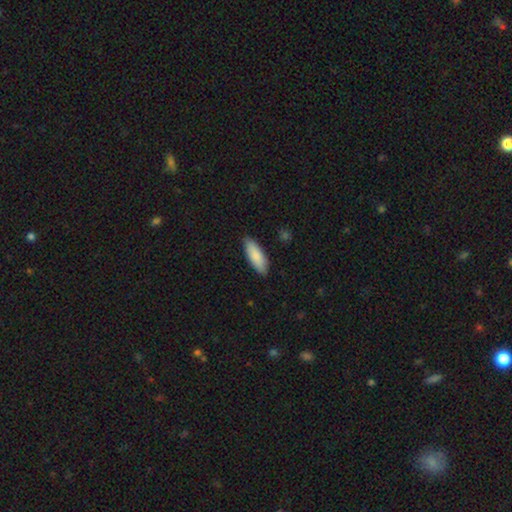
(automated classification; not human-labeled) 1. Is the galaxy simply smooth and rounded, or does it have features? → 86% smooth, 8% featured or disk, 5% star or artifact.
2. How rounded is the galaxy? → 65% in between, 34% cigar-shaped, 2% round.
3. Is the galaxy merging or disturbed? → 87% none, 11% minor disturbance, 2% major disturbance, 1% merger.